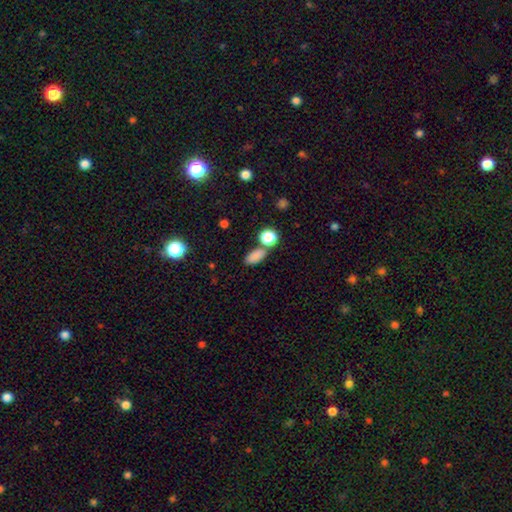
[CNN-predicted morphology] A smooth galaxy with no disk features (83%) that is in between round and cigar-shaped (83%).

Vote fractions:
- Smooth or featured? smooth: 83% / star or artifact: 12% / featured or disk: 5%
- How rounded? in between: 83% / round: 10% / cigar-shaped: 7%
- Merging? none: 70% / merger: 16% / minor disturbance: 11% / major disturbance: 4%